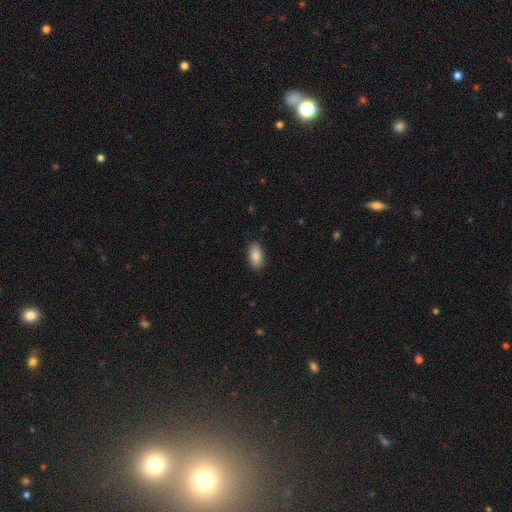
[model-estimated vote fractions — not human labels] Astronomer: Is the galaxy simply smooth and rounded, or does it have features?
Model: smooth — 87%.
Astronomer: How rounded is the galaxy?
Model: in between — 92%.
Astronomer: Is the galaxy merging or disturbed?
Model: none — 89%.